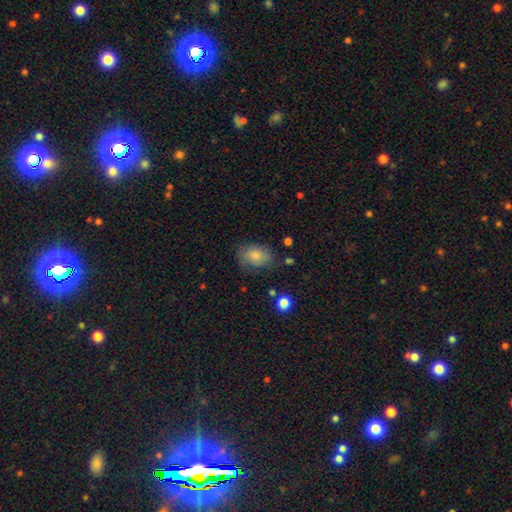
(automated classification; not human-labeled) Smooth or featured: smooth — 79% (featured or disk — 13%)
How rounded: in between — 76% (round — 23%)
Merging: none — 67% (minor disturbance — 23%)